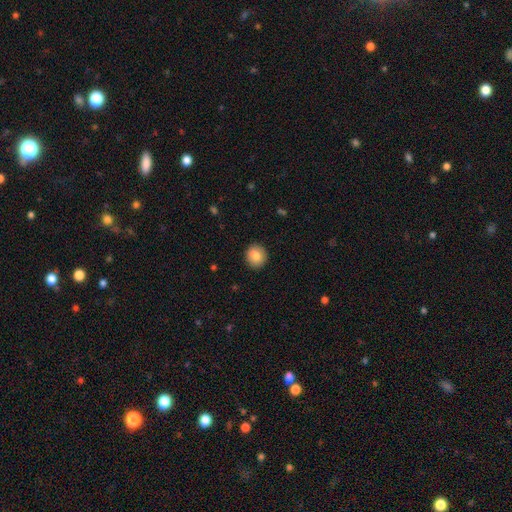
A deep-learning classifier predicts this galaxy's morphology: This appears to be a smooth galaxy with no disk features (84%) that is round (85%). Merging: none (91%).